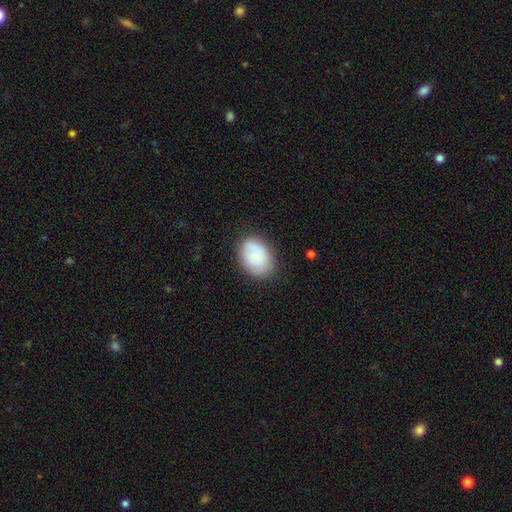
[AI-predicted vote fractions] smooth-or-featured: smooth: 79% | featured or disk: 14% | star or artifact: 7%
  how-rounded: in between: 77% | round: 22% | cigar-shaped: 1%
  merging: none: 80% | minor disturbance: 15% | major disturbance: 4% | merger: 2%